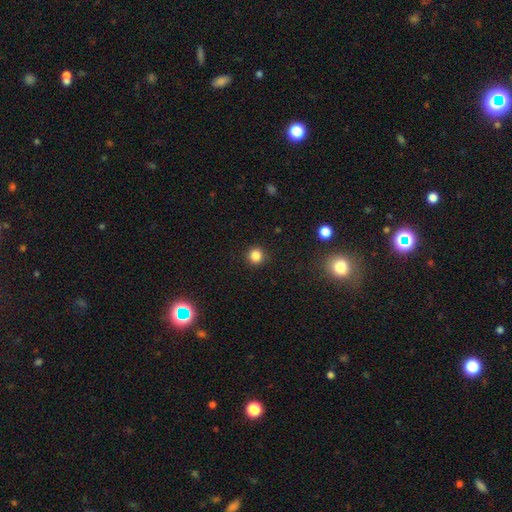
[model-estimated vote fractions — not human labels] Q: Smooth or featured?
A: smooth (84%); runner-up: star or artifact (12%)
Q: How rounded?
A: round (93%); runner-up: in between (6%)
Q: Merging?
A: none (91%); runner-up: minor disturbance (6%)